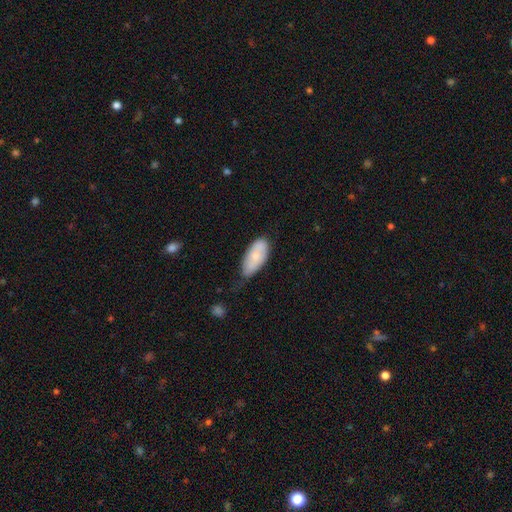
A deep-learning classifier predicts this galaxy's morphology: This is likely a smooth galaxy (70%). How rounded: clearly in between (90%). Merging: possibly none (49%).